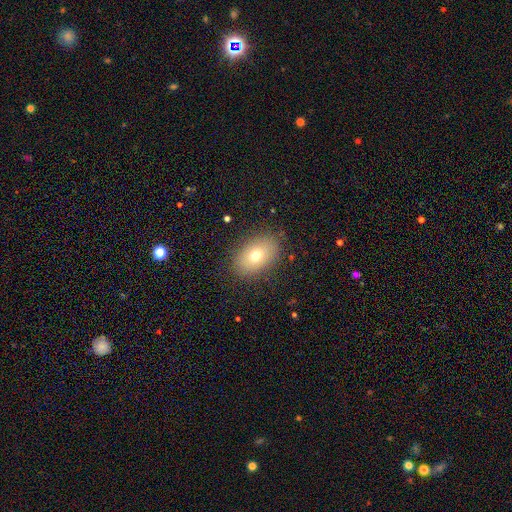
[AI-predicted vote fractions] This appears to be a smooth galaxy with no disk features (72%) that is in between round and cigar-shaped (85%). Merging: none (86%).